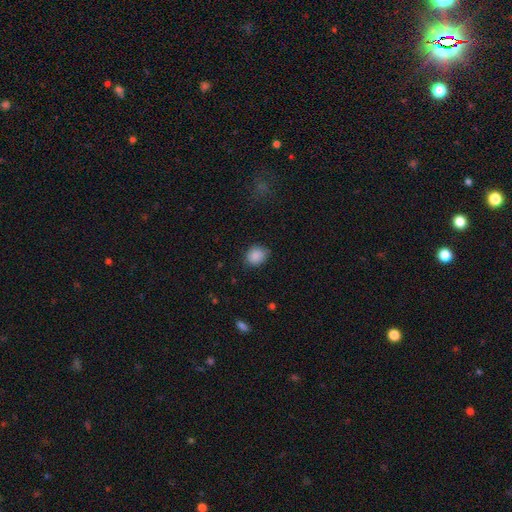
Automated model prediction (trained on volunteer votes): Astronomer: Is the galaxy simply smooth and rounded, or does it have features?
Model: smooth — 88%.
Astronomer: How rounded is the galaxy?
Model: round — 62% (runner-up: in between, 37%).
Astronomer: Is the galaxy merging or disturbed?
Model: none — 79%.